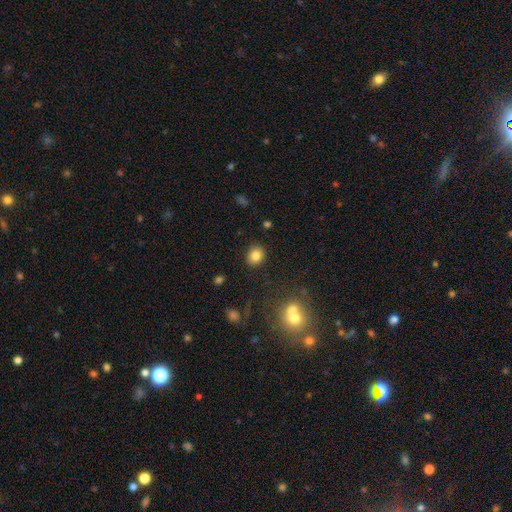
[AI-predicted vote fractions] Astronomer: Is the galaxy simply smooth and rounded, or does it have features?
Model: smooth — 82%.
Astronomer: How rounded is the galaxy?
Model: round — 63%.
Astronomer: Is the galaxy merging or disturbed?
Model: none — 87%.